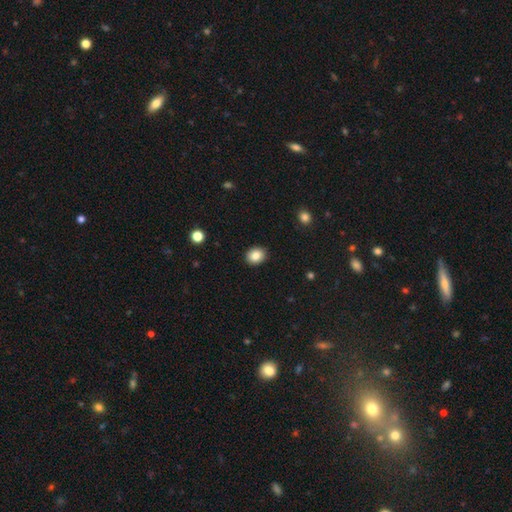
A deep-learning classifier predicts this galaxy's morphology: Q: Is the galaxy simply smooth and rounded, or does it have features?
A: smooth — 84%.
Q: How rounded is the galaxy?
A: round — 63%.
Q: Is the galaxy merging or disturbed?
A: none — 91%.